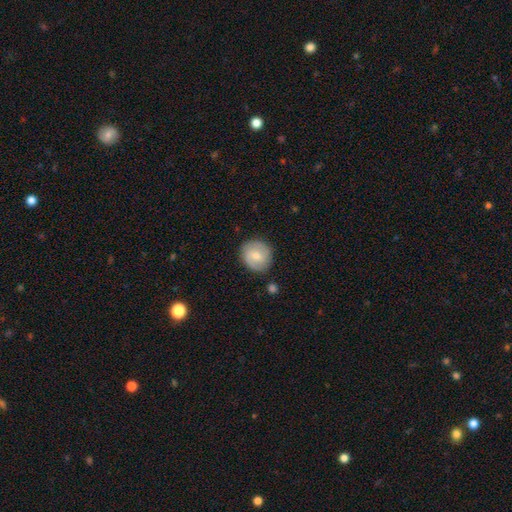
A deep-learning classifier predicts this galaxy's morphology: smooth-or-featured: smooth: 50% | featured or disk: 43% | star or artifact: 7%
  how-rounded: round: 85% | in between: 14% | cigar-shaped: 1%
  merging: none: 82% | minor disturbance: 12% | major disturbance: 3% | merger: 2%